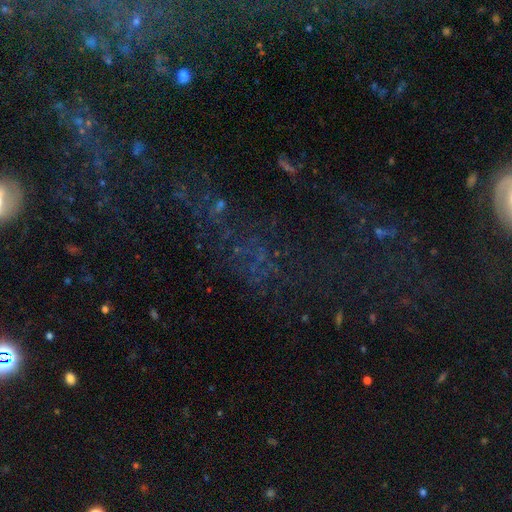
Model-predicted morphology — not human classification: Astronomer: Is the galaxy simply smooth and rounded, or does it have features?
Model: star or artifact — 66%.